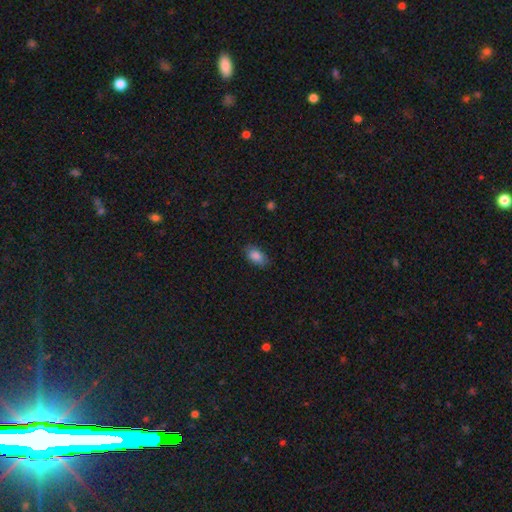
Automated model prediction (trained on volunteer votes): The model was most divided on "merging": none: 83%, minor disturbance: 13%, major disturbance: 3%, merger: 1%. More confident: how rounded — in between (92%); smooth or featured — smooth (87%).